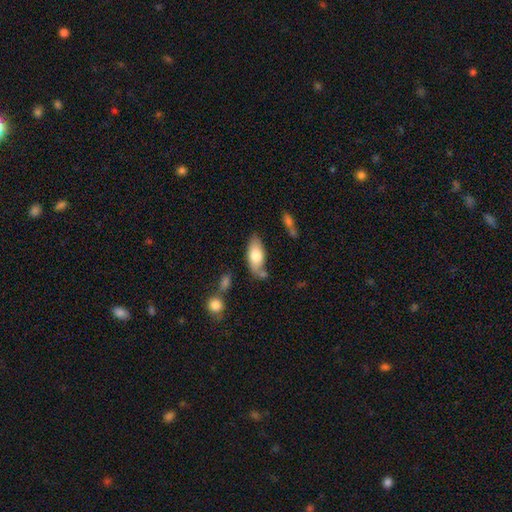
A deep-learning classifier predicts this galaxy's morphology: This appears to be a smooth galaxy with no disk features (74%) that is in between round and cigar-shaped (85%). Merging: none (68%).